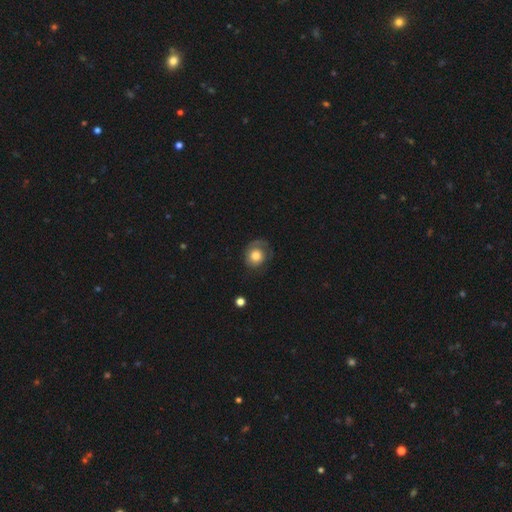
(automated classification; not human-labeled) This is likely a smooth galaxy (61%). How rounded: likely round (76%). Merging: possibly none (53%).